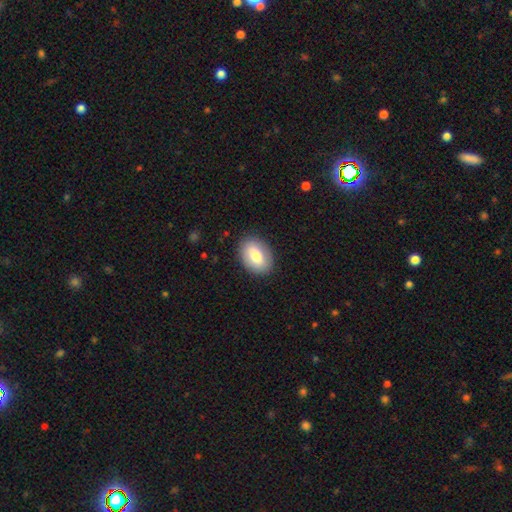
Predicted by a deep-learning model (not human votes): Morphology: type=smooth (76%); roundness=in between (83%); merging=none (86%).